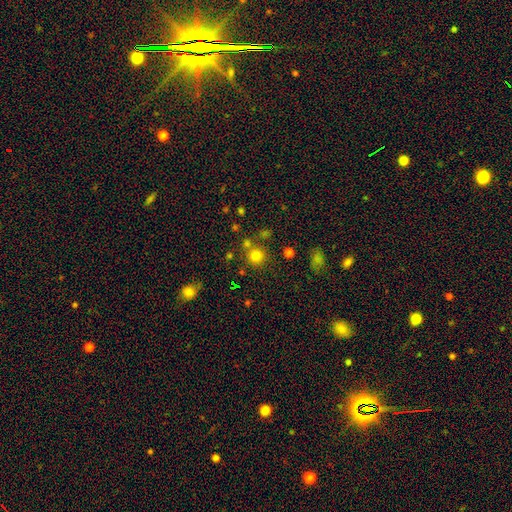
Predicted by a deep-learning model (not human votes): Smooth or featured? Predicted: smooth (p=0.76). How rounded? Predicted: round (p=0.92). Merging? Predicted: none (p=0.76).